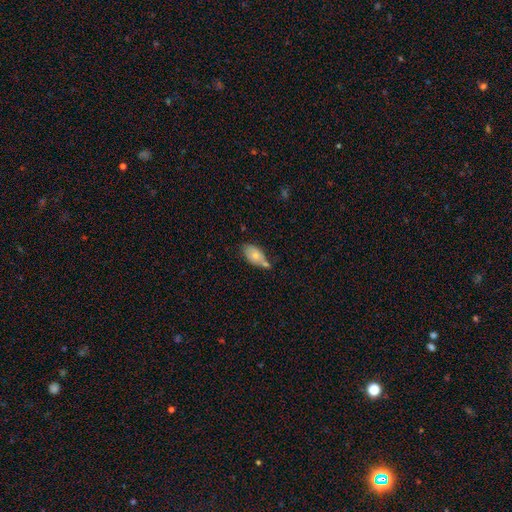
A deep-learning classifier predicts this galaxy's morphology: A smooth galaxy with no disk features (67%) that is in between round and cigar-shaped (91%). Merging: none (44%).